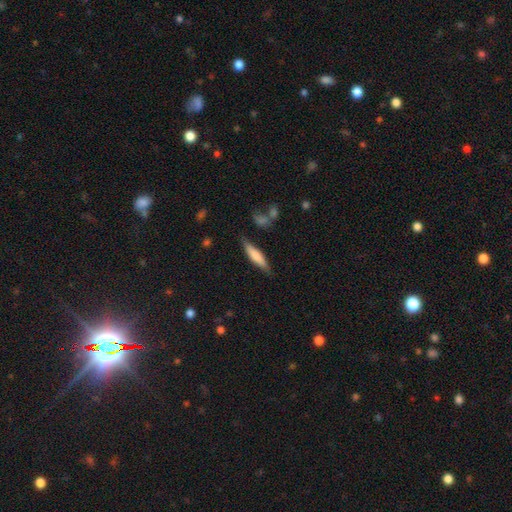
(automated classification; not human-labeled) Smooth or featured? smooth (70%)
How rounded? cigar-shaped (79%)
Merging? none (80%)